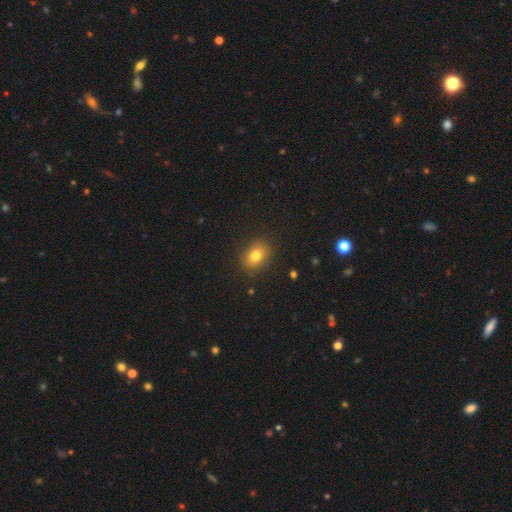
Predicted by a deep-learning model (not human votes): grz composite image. It shows a smooth galaxy with no disk features (79%) that is in between round and cigar-shaped (61%). Merging: none (86%).